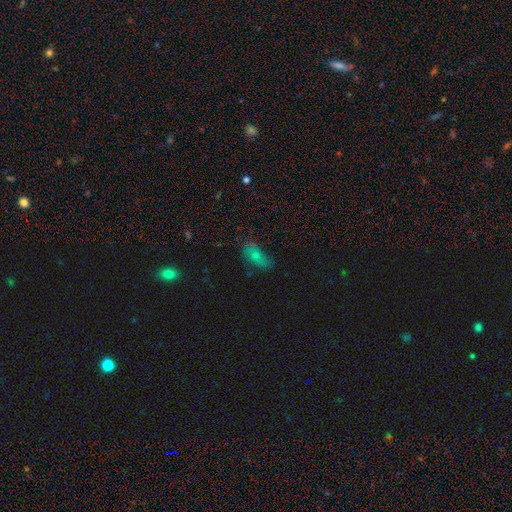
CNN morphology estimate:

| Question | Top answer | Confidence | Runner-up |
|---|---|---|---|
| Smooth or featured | smooth | 71% | featured or disk (15%) |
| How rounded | in between | 84% | cigar-shaped (12%) |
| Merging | none | 60% | minor disturbance (27%) |